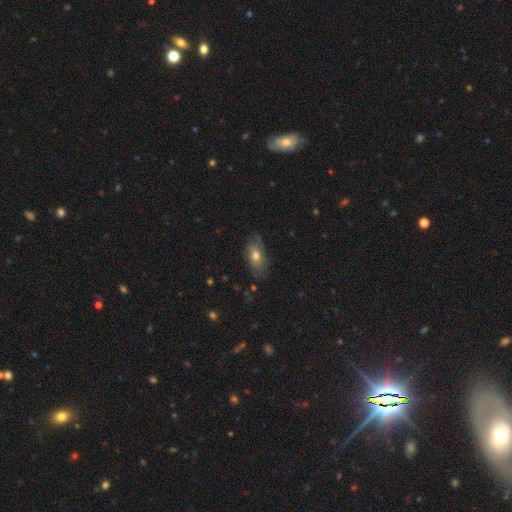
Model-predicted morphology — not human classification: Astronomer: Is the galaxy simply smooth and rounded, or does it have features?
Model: smooth — 68%.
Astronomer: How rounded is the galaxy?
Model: in between — 87%.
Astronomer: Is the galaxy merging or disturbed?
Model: none — 68%.